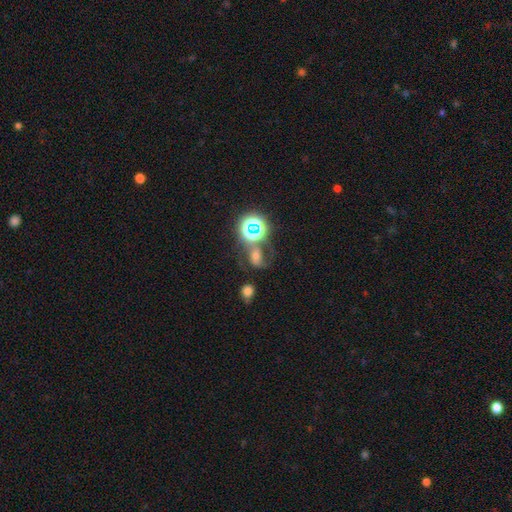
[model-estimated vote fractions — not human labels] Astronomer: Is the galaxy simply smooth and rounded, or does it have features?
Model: star or artifact — 36% (runner-up: smooth, 34%).